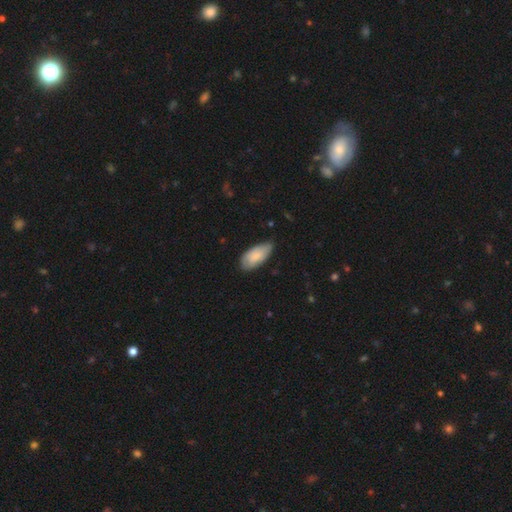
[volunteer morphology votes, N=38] smooth_or_featured: smooth (p=0.71) [alt: featured or disk p=0.18]
how_rounded: in between (p=0.89) [alt: cigar-shaped p=0.11]
merging: none (p=0.50) [alt: minor disturbance p=0.47]